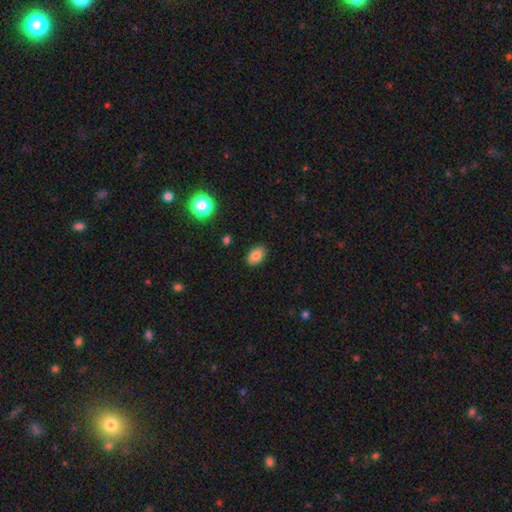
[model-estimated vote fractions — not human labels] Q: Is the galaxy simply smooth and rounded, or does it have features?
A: smooth — 83%.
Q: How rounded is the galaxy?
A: in between — 86%.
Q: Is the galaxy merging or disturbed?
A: none — 88%.